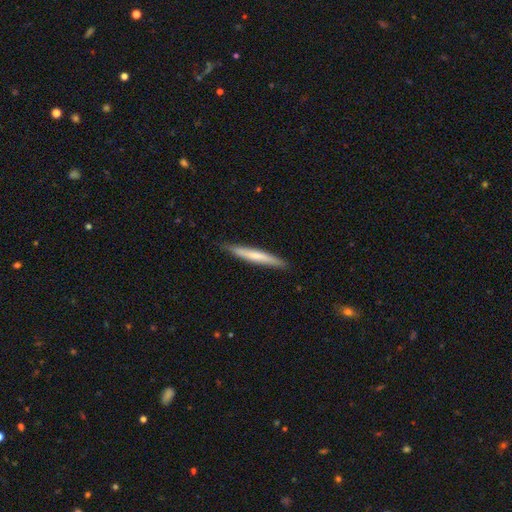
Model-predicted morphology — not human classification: Overall: smooth (60%; featured or disk 35%). How rounded: cigar-shaped (96%). Merging: none (87%).